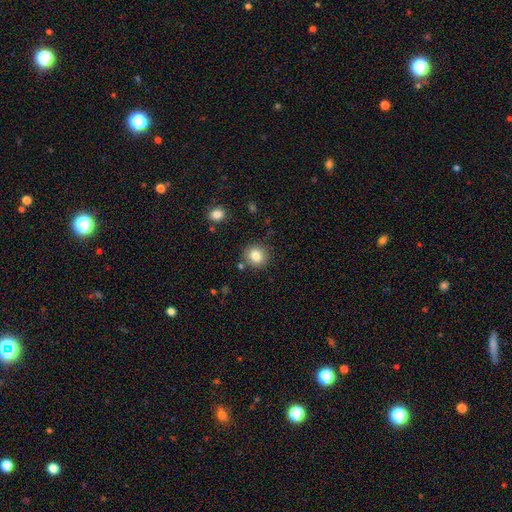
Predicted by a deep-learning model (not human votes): Smooth or featured?
  - smooth: 83% *
  - star or artifact: 10%
  - featured or disk: 7%
How rounded?
  - round: 88% *
  - in between: 11%
  - cigar-shaped: 1%
Merging?
  - none: 85% *
  - minor disturbance: 9%
  - merger: 4%
  - major disturbance: 3%